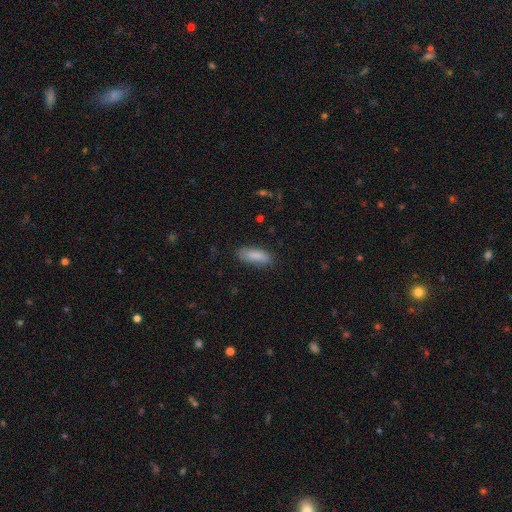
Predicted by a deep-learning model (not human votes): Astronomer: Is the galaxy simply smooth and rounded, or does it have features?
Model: smooth — 86%.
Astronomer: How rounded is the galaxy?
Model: in between — 70%.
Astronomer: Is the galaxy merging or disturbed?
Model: none — 77%.